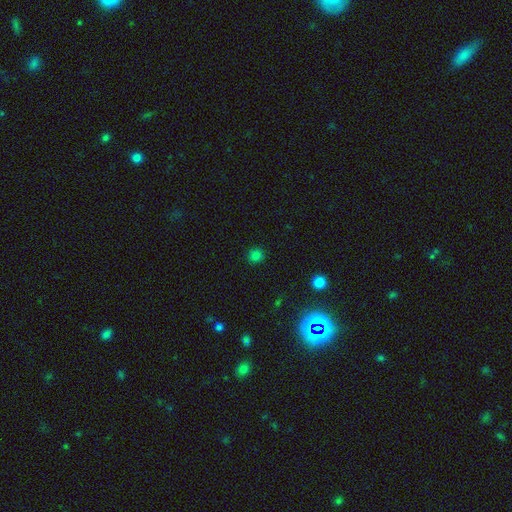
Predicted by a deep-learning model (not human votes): Q: Smooth or featured?
A: smooth (78%); runner-up: star or artifact (18%)
Q: How rounded?
A: round (91%); runner-up: in between (8%)
Q: Merging?
A: none (90%); runner-up: minor disturbance (6%)